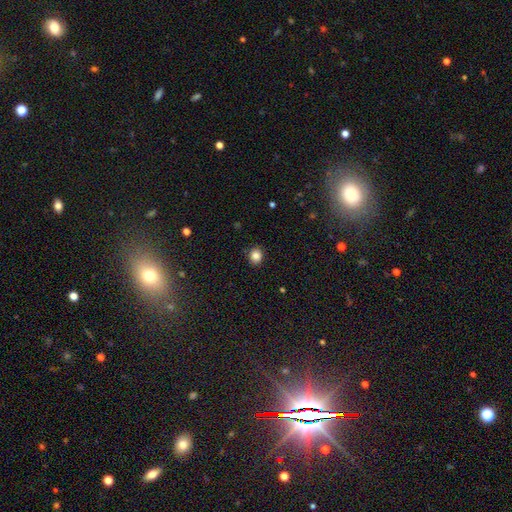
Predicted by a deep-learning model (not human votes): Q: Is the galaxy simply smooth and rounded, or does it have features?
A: smooth — 85%.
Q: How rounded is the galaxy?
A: round — 66%.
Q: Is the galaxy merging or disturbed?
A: none — 89%.